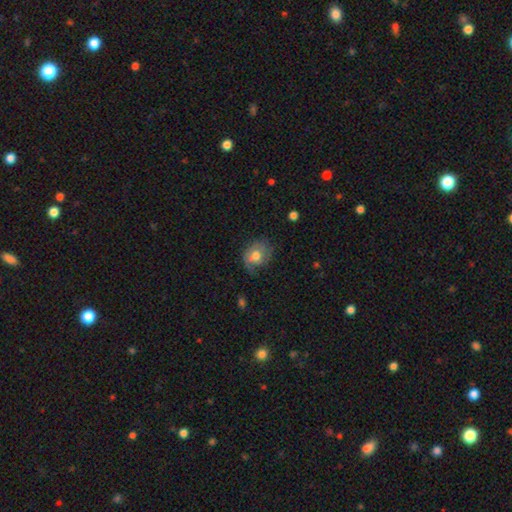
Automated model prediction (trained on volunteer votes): smooth-or-featured: smooth: 66% | featured or disk: 25% | star or artifact: 9%
  how-rounded: round: 58% | in between: 41% | cigar-shaped: 1%
  merging: none: 52% | minor disturbance: 30% | major disturbance: 16% | merger: 2%